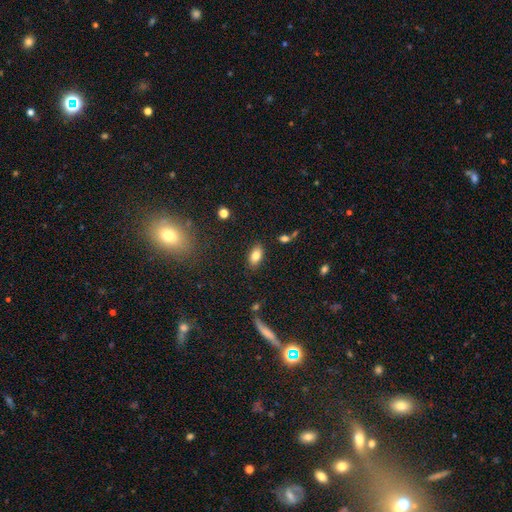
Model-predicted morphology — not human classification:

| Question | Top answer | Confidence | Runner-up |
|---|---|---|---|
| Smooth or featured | smooth | 81% | featured or disk (11%) |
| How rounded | in between | 91% | round (6%) |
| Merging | none | 85% | minor disturbance (10%) |